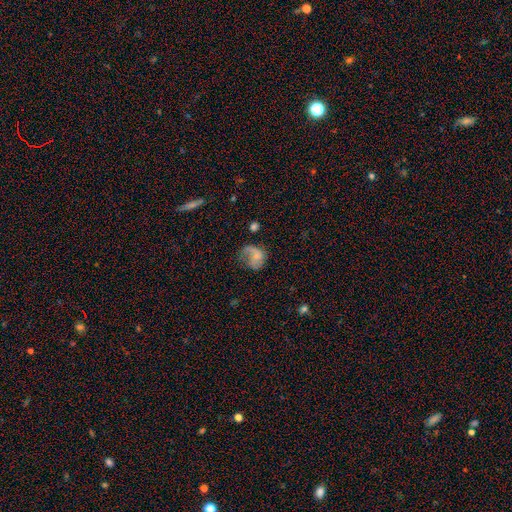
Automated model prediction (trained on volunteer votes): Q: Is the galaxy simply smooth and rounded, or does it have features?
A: smooth — 47%.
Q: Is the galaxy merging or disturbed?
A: major disturbance — 36%.